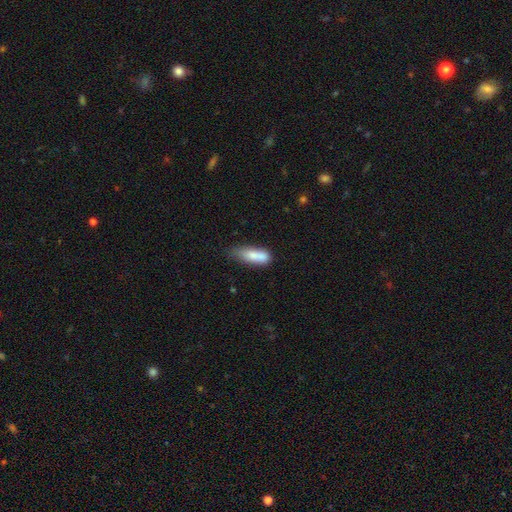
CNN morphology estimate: Smooth or featured: smooth — 78% (featured or disk — 14%)
How rounded: in between — 55% (cigar-shaped — 42%)
Merging: none — 40% (minor disturbance — 35%)